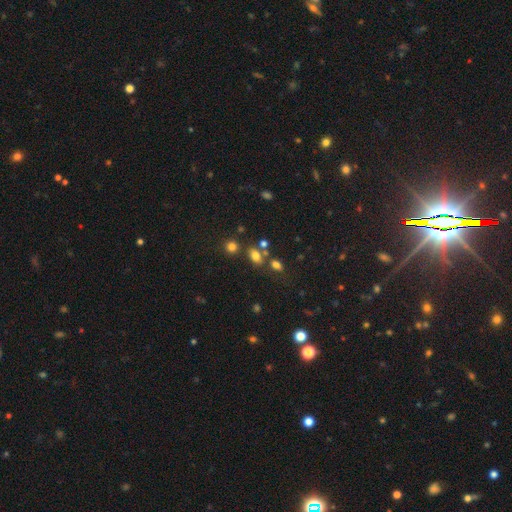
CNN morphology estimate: This is likely a smooth galaxy (75%). How rounded: likely in between (80%). Merging: likely none (62%).